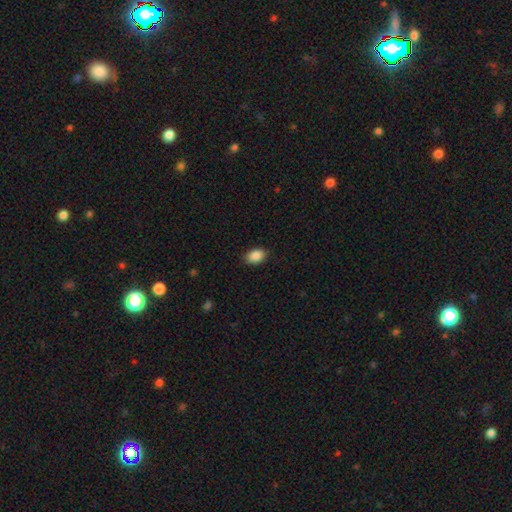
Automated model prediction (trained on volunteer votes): Q: Smooth or featured?
A: smooth (89%); runner-up: star or artifact (8%)
Q: How rounded?
A: in between (85%); runner-up: round (14%)
Q: Merging?
A: none (88%); runner-up: minor disturbance (9%)